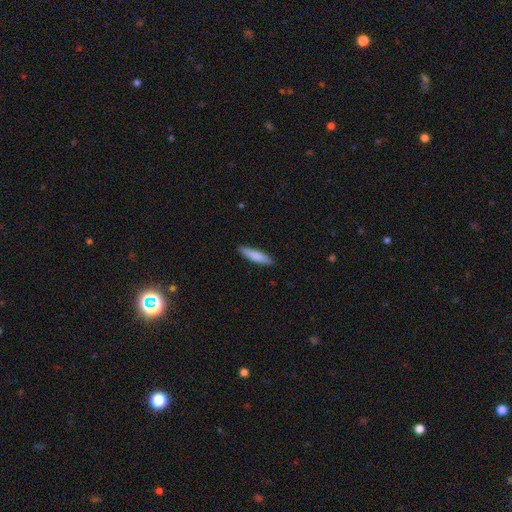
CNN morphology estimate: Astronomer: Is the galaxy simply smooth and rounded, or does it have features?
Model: smooth — 83%.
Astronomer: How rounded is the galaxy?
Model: cigar-shaped — 82%.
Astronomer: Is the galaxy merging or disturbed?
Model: none — 89%.